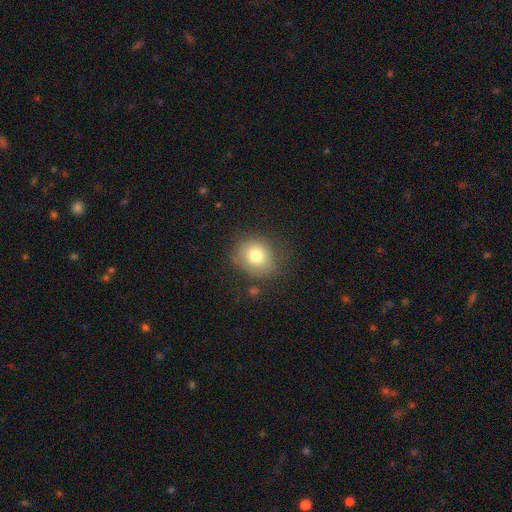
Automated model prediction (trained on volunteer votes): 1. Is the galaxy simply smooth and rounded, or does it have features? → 76% smooth, 13% featured or disk, 11% star or artifact.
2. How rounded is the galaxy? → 74% round, 25% in between, 1% cigar-shaped.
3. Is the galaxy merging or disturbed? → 72% none, 18% minor disturbance, 7% major disturbance, 3% merger.